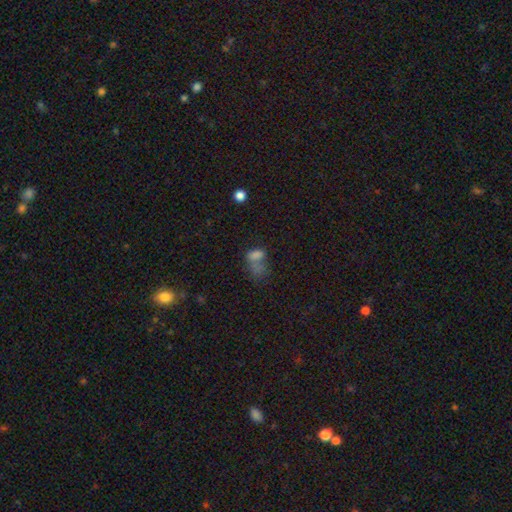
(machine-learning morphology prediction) Smooth or featured?
  - smooth: 63% *
  - star or artifact: 20%
  - featured or disk: 16%
How rounded?
  - in between: 75% *
  - round: 22%
  - cigar-shaped: 4%
Merging?
  - merger: 44% *
  - none: 24%
  - major disturbance: 19%
  - minor disturbance: 13%